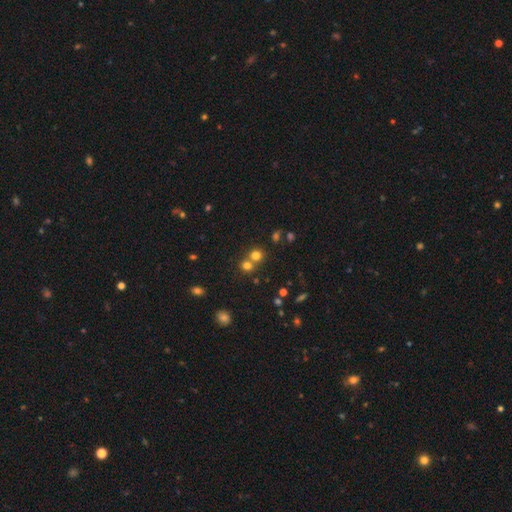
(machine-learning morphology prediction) Smooth or featured: smooth — 72% (star or artifact — 19%)
How rounded: round — 85% (in between — 14%)
Merging: none — 52% (merger — 40%)